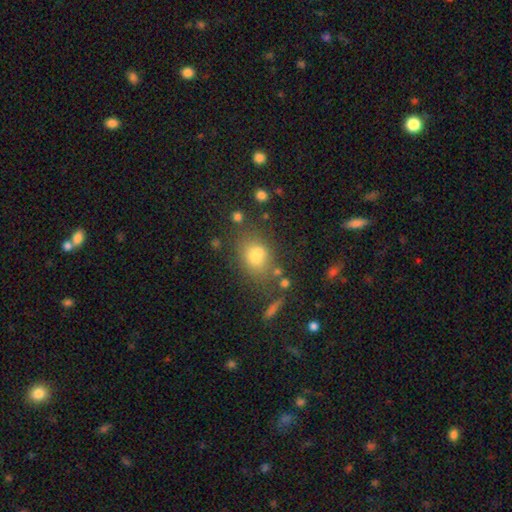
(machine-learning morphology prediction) Smooth or featured? smooth (73%)
How rounded? in between (60%)
Merging? none (58%)